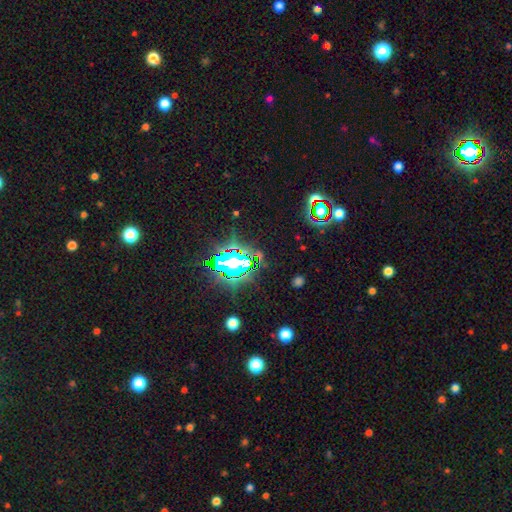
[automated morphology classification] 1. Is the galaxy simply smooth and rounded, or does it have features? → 73% star or artifact, 16% smooth, 11% featured or disk.